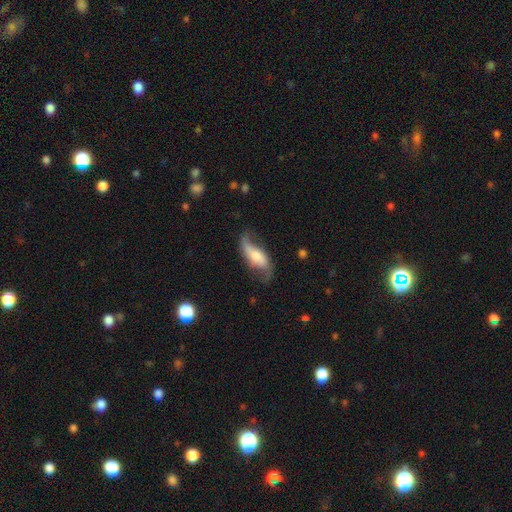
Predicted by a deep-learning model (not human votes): featured or disk 65%, smooth 28%, star or artifact 7%. Down the decision tree: edge-on disk — no (87%); bar — no (45%); spiral arms — yes (89%); spiral arm count — 2 (85%); spiral winding — loose (77%); bulge size — moderate (38%); merging — none (58%).